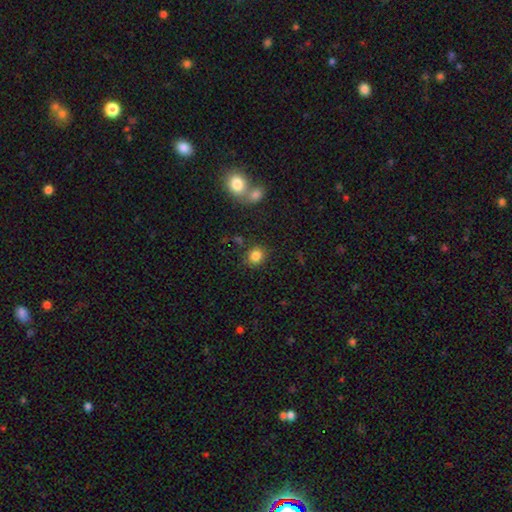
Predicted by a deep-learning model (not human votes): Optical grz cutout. It shows a smooth galaxy with no disk features (84%) that is round (80%). Merging: none (83%).